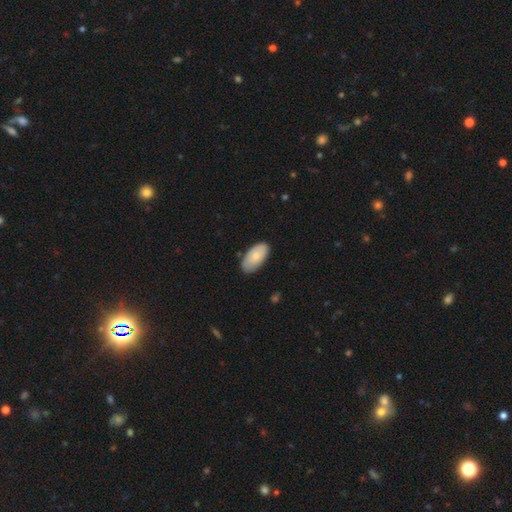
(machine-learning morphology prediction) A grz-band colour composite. It shows a smooth galaxy with no disk features (78%) that is in between round and cigar-shaped (95%). Merging: none (81%).